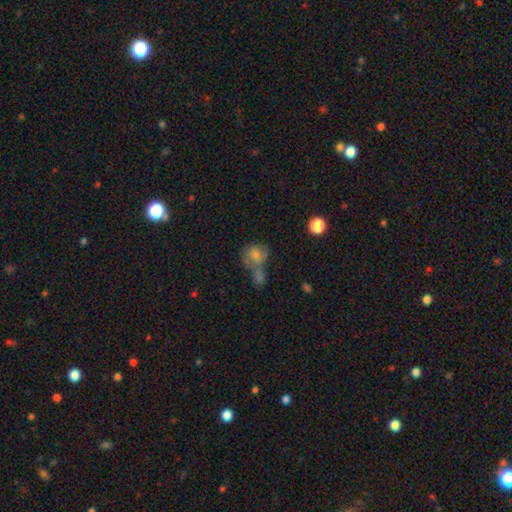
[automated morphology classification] Smooth or featured? smooth (63%)
How rounded? round (68%)
Merging? merger (52%)